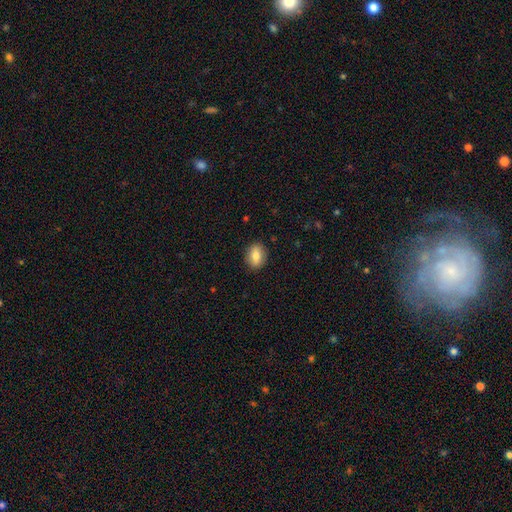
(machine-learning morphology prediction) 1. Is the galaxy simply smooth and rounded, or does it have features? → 77% smooth, 15% featured or disk, 8% star or artifact.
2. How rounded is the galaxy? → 59% in between, 39% round, 2% cigar-shaped.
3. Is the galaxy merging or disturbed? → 88% none, 9% minor disturbance, 2% major disturbance, 1% merger.